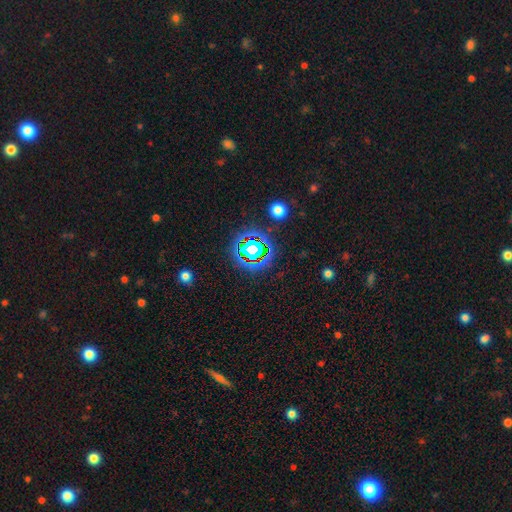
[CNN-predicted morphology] Smooth or featured?
  - star or artifact: 78% *
  - smooth: 13%
  - featured or disk: 9%